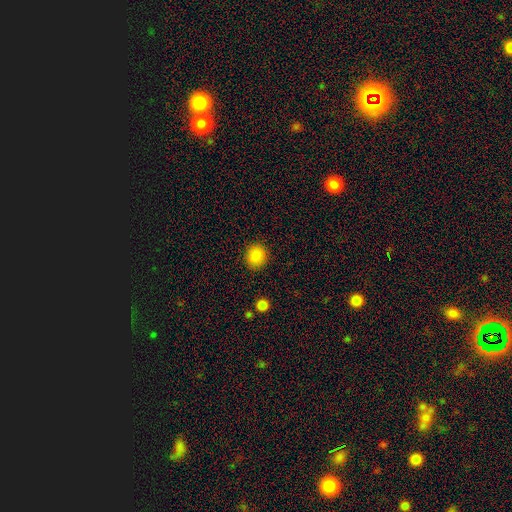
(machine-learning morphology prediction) Smooth or featured? Predicted: smooth (p=0.86). How rounded? Predicted: round (p=0.86). Merging? Predicted: none (p=0.91).